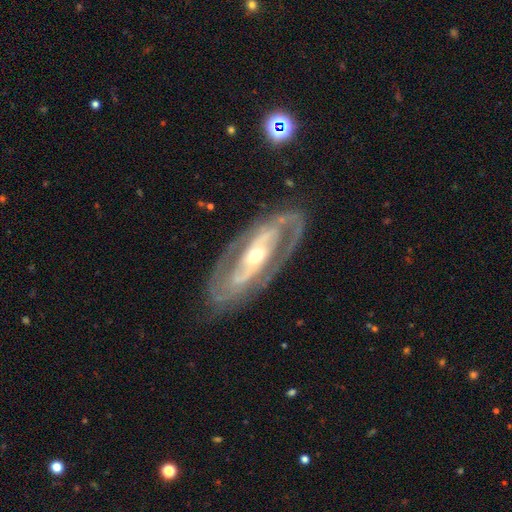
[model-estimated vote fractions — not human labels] Morphology: type=featured or disk (86%); edge-on=no (90%); bar=no (43%); spiral arms=yes (78%); winding=tight (48%); arm count=2 (77%); bulge=moderate (66%); merging=none (79%).